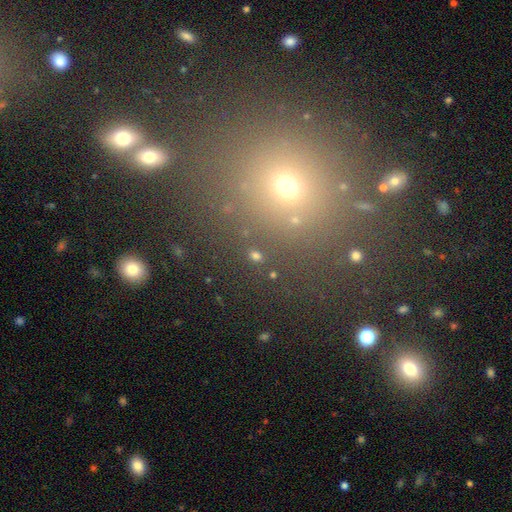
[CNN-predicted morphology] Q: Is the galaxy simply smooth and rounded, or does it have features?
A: smooth — 70%.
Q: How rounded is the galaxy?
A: in between — 57%.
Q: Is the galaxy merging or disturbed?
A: none — 83%.